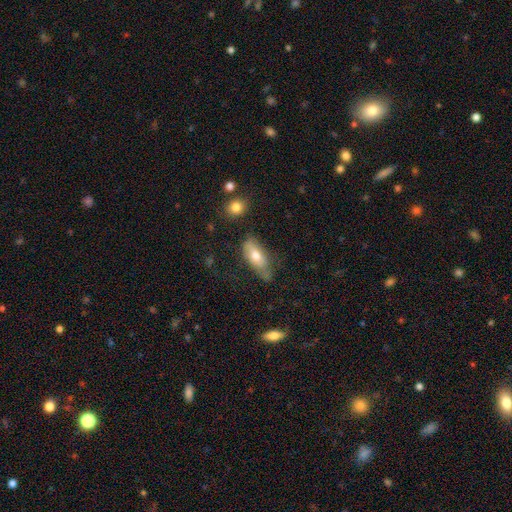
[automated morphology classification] smooth_or_featured: smooth (p=0.64) [alt: featured or disk p=0.29]
how_rounded: in between (p=0.80) [alt: cigar-shaped p=0.18]
merging: none (p=0.49) [alt: minor disturbance p=0.35]